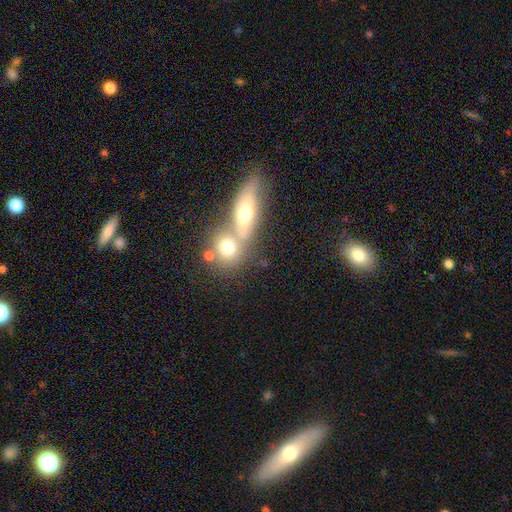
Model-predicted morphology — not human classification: Smooth or featured? Predicted: smooth (p=0.46). Merging? Predicted: merger (p=0.53).